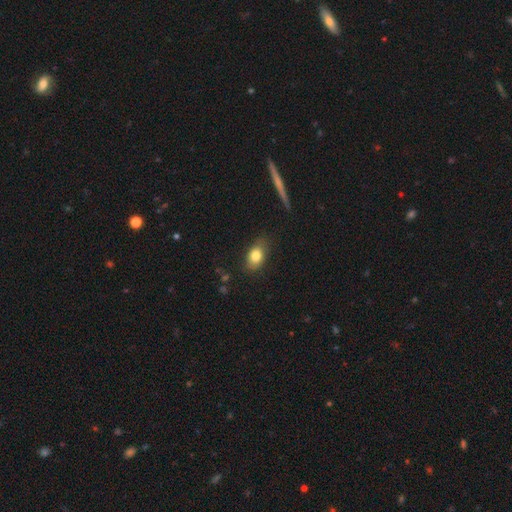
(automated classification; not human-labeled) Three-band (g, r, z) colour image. It shows a smooth galaxy with no disk features (81%) that is in between round and cigar-shaped (79%). Merging: none (75%).